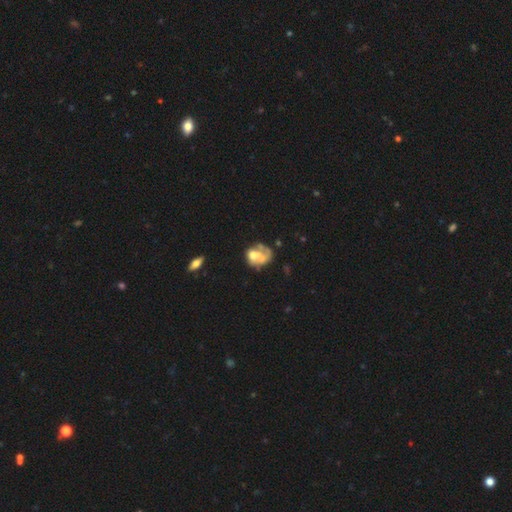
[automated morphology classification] Overall: featured or disk (51%; smooth 39%). Edge-on disk: no (98%). Merging: major disturbance (31%; none 30%).